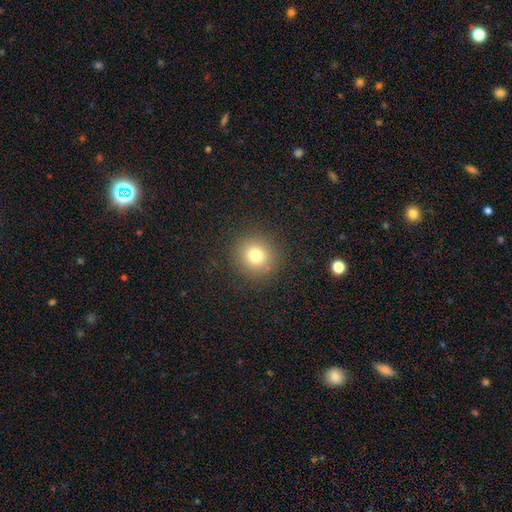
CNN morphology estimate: The model was most divided on "smooth or featured": smooth: 77%, star or artifact: 14%, featured or disk: 9%. More confident: how rounded — round (92%); merging — none (90%).